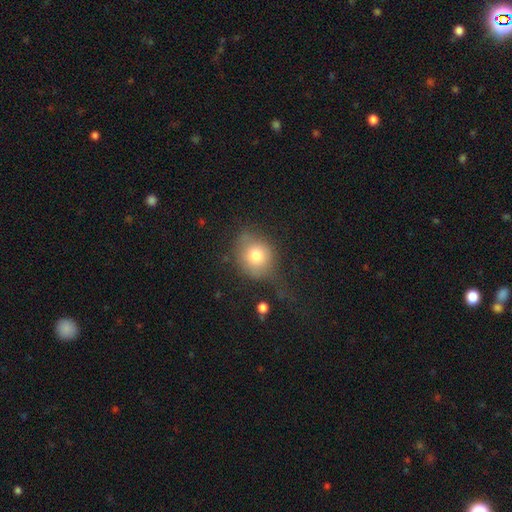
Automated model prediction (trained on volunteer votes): The model was most divided on "merging": none: 52%, minor disturbance: 27%, major disturbance: 17%, merger: 4%. More confident: smooth or featured — smooth (77%); how rounded — round (71%).